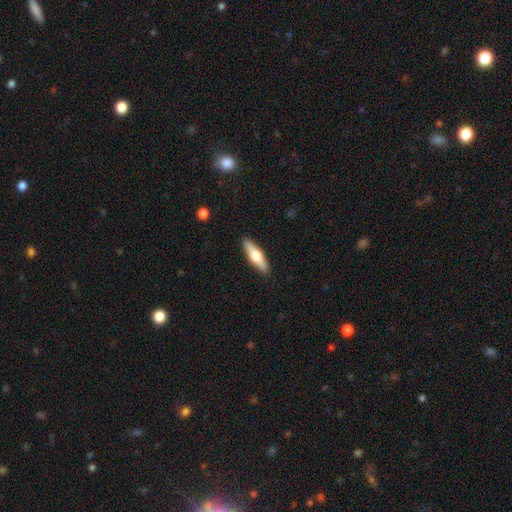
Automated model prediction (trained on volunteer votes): A smooth galaxy with no disk features (51%) that is cigar-shaped (65%).

Vote fractions:
- Smooth or featured? smooth: 51% / featured or disk: 44% / star or artifact: 5%
- How rounded? cigar-shaped: 65% / in between: 33% / round: 2%
- Merging? none: 90% / minor disturbance: 7% / major disturbance: 2% / merger: 1%